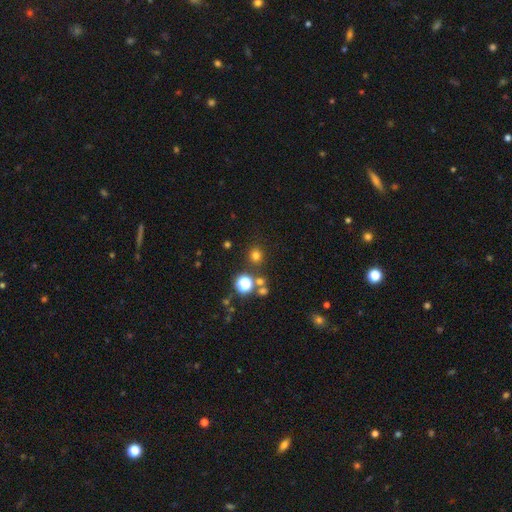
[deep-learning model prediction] smooth 71%, star or artifact 23%, featured or disk 6%. Down the decision tree: how rounded — round (90%); merging — none (84%).